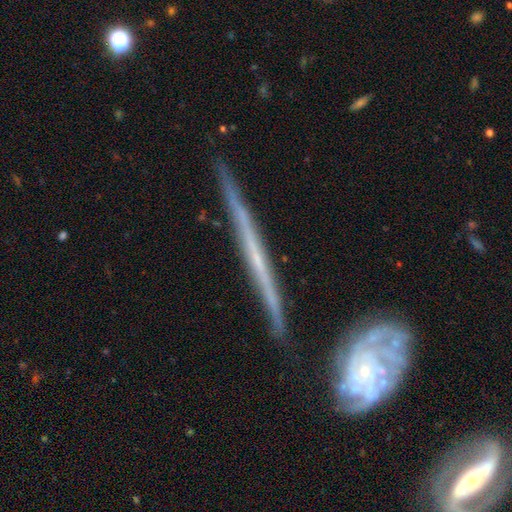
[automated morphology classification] Overall: featured or disk (75%). Edge-on disk: yes (93%). Edge-on bulge: none (81%). Merging: none (79%).